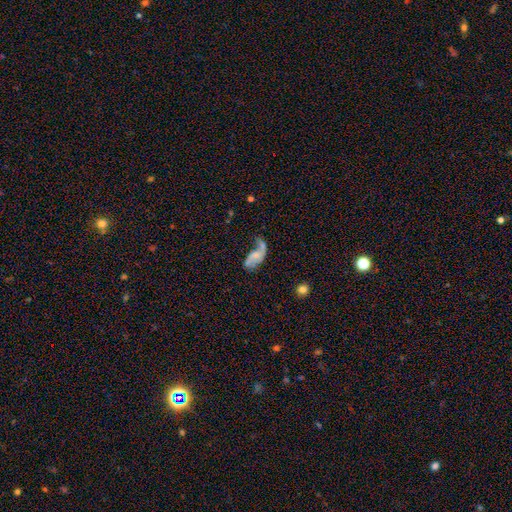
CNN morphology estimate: Smooth or featured? Predicted: featured or disk (p=0.57). Edge-on disk? Predicted: no (p=0.95). Bar? Predicted: no (p=0.63). Spiral arms? Predicted: yes (p=0.71). Bulge size? Predicted: none (p=0.48). Merging? Predicted: major disturbance (p=0.37).